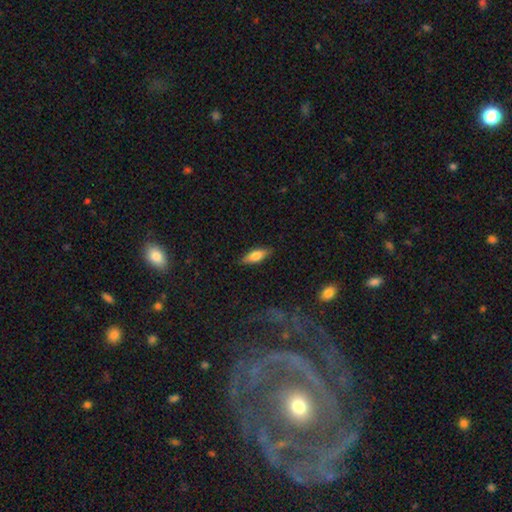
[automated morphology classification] smooth 74%, featured or disk 20%, star or artifact 6%. Down the decision tree: how rounded — in between (64%); merging — none (86%).